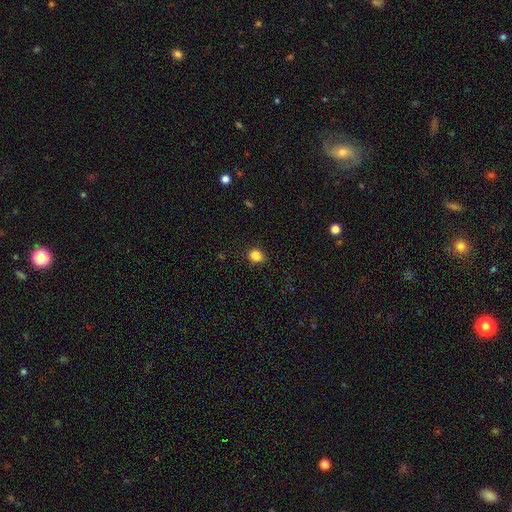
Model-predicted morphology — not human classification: Q: Smooth or featured?
A: smooth (85%); runner-up: star or artifact (11%)
Q: How rounded?
A: round (58%); runner-up: in between (41%)
Q: Merging?
A: none (88%); runner-up: minor disturbance (9%)